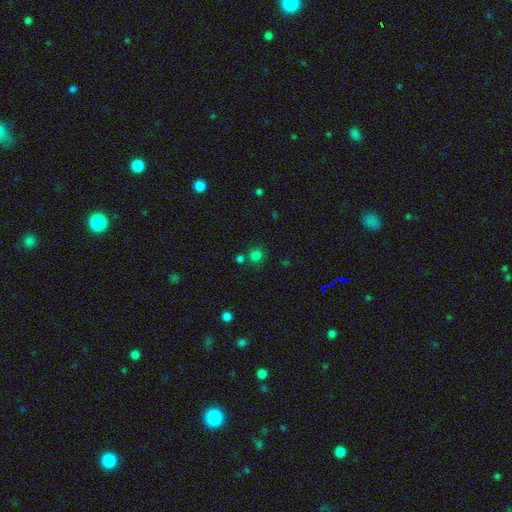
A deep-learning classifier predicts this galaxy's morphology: Smooth or featured?
  - smooth: 76% *
  - star or artifact: 19%
  - featured or disk: 5%
How rounded?
  - round: 89% *
  - in between: 10%
  - cigar-shaped: 1%
Merging?
  - none: 72% *
  - merger: 15%
  - minor disturbance: 9%
  - major disturbance: 4%